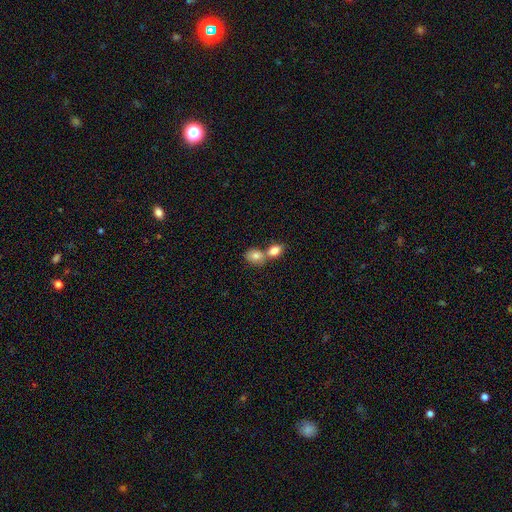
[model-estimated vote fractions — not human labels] Overall: smooth (81%). How rounded: in between (63%; round 35%). Merging: merger (54%; none 35%).